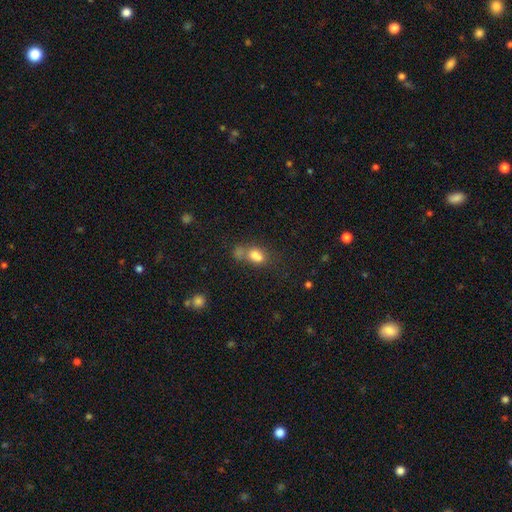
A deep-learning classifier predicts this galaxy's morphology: smooth 72%, featured or disk 14%, star or artifact 14%. Down the decision tree: how rounded — in between (69%); merging — merger (51%).